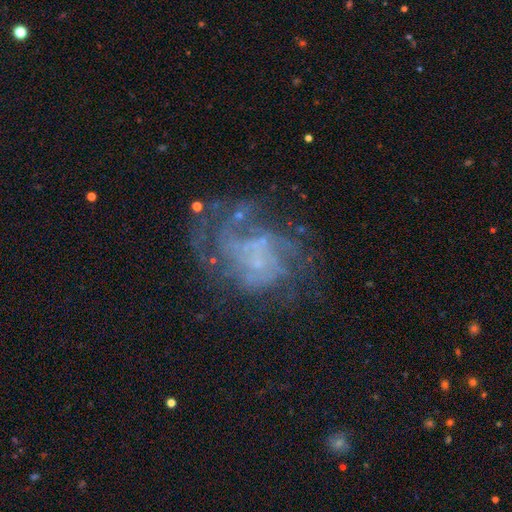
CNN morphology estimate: A featured or disk galaxy (74%) with no bar (78%), tight (36%, tied with medium) spiral arms (75%) and no central bulge (46%). Merging: none (50%).